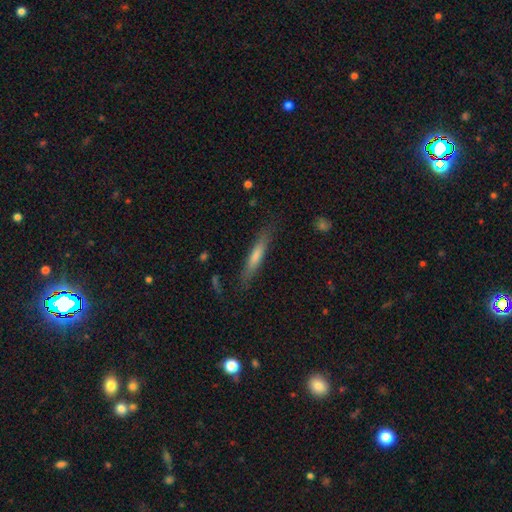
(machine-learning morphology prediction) type=smooth (57%); roundness=cigar-shaped (92%); merging=none (83%).